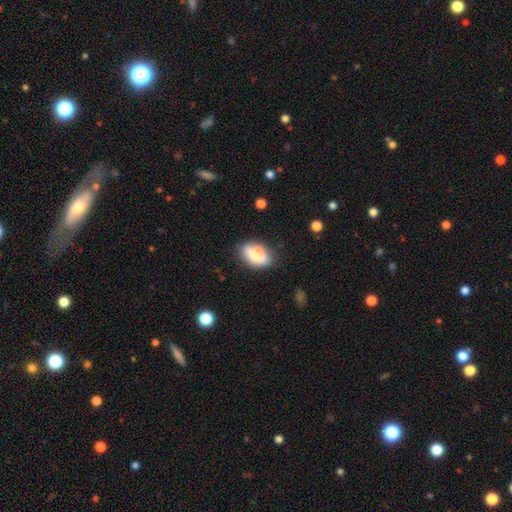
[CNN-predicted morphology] smooth 73%, featured or disk 19%, star or artifact 9%. Down the decision tree: how rounded — in between (87%); merging — none (63%).